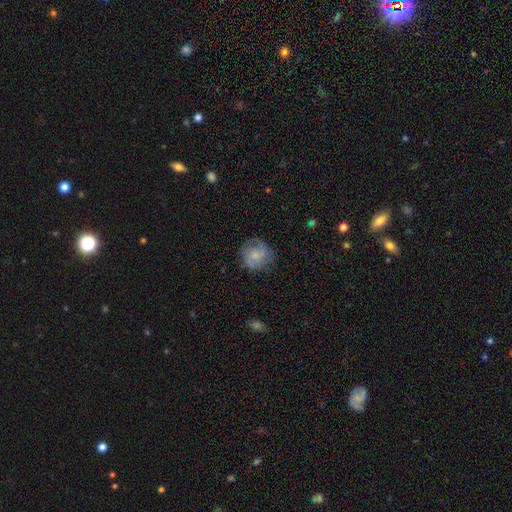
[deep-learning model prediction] Smooth or featured: smooth — 53% (featured or disk — 39%)
How rounded: round — 84% (in between — 15%)
Merging: none — 70% (minor disturbance — 20%)